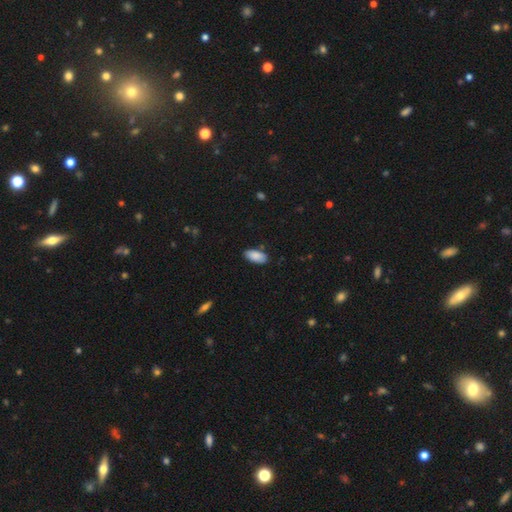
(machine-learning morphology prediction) A smooth galaxy with no disk features (88%) that is in between round and cigar-shaped (92%).

Vote fractions:
- Smooth or featured? smooth: 88% / star or artifact: 6% / featured or disk: 6%
- How rounded? in between: 92% / cigar-shaped: 6% / round: 2%
- Merging? none: 82% / minor disturbance: 14% / major disturbance: 2% / merger: 2%